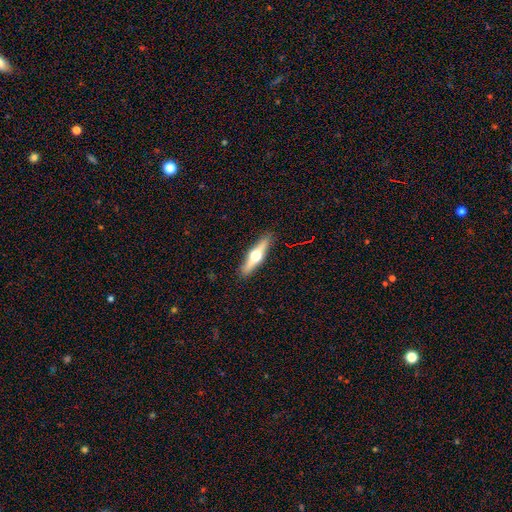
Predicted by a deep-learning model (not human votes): featured or disk 68%, smooth 26%, star or artifact 6%. Down the decision tree: edge-on disk — yes (96%); edge-on bulge — rounded (96%); merging — none (90%).